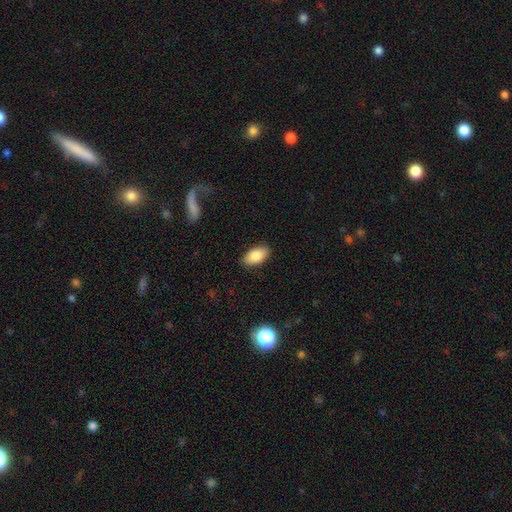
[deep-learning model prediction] Smooth or featured? Predicted: smooth (p=0.85). How rounded? Predicted: in between (p=0.93). Merging? Predicted: none (p=0.87).